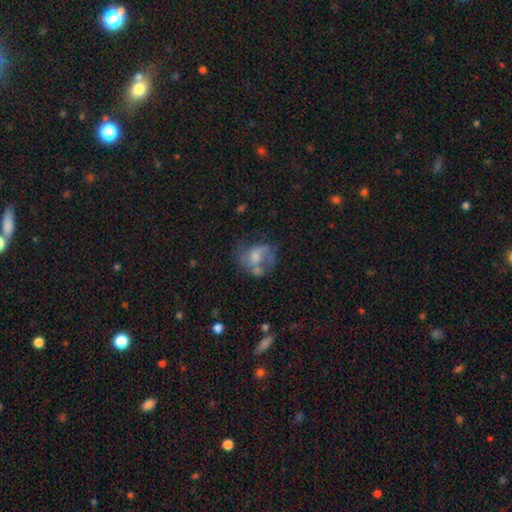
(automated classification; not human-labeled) Smooth or featured? Predicted: featured or disk (p=0.51). Edge-on disk? Predicted: no (p=0.97). Bar? Predicted: no (p=0.68). Spiral arms? Predicted: yes (p=0.51). Bulge size? Predicted: moderate (p=0.46). Merging? Predicted: none (p=0.40).